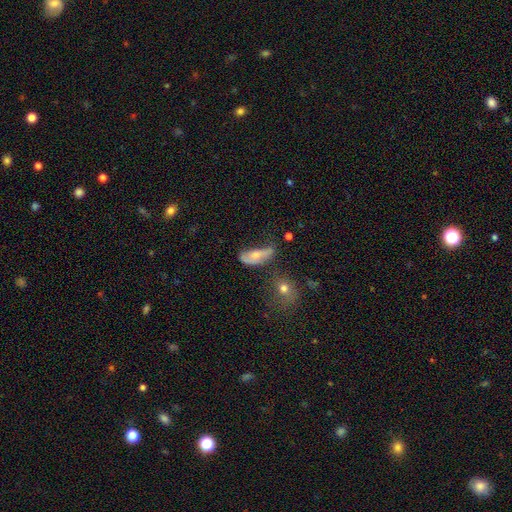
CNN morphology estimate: Overall: smooth (54%; featured or disk 37%). How rounded: in between (75%). Merging: major disturbance (32%; minor disturbance 30%).